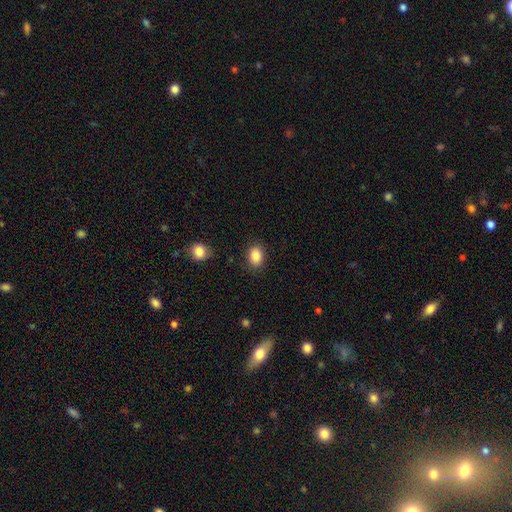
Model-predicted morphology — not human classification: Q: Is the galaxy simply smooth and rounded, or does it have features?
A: smooth — 86%.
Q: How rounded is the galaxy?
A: in between — 66%.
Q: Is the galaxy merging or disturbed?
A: none — 86%.